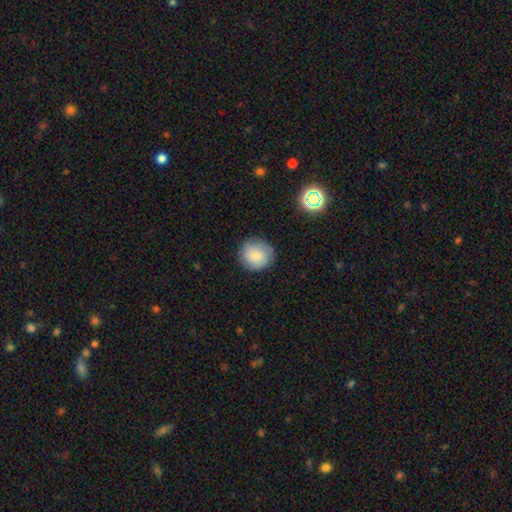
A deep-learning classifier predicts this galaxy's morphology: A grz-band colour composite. It shows a smooth galaxy with no disk features (79%) that is round (90%). Merging: none (84%).